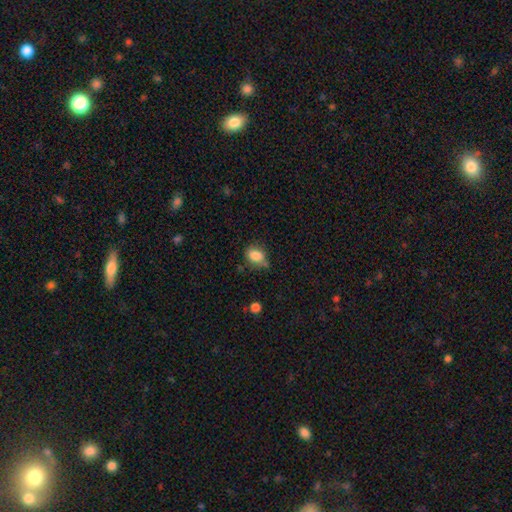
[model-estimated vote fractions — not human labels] Smooth or featured? smooth (84%)
How rounded? in between (70%)
Merging? none (57%)